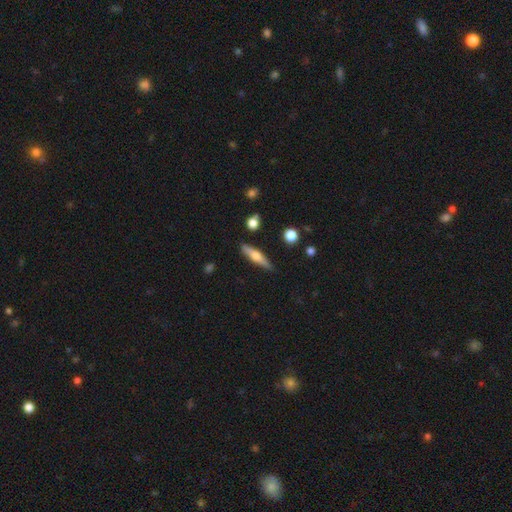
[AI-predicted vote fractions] Overall: featured or disk (50%; smooth 43%). Edge-on disk: yes (93%). Merging: none (85%).